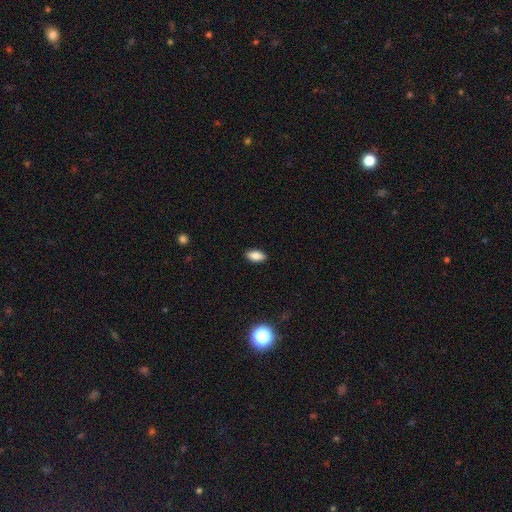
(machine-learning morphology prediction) Smooth or featured?
  - smooth: 86% *
  - star or artifact: 8%
  - featured or disk: 6%
How rounded?
  - in between: 90% *
  - cigar-shaped: 7%
  - round: 3%
Merging?
  - none: 89% *
  - minor disturbance: 8%
  - major disturbance: 2%
  - merger: 1%